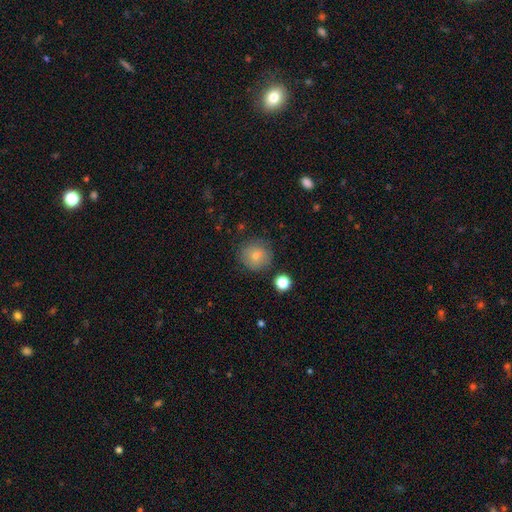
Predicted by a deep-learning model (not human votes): Morphology: type=smooth (76%); roundness=round (92%); merging=none (80%).